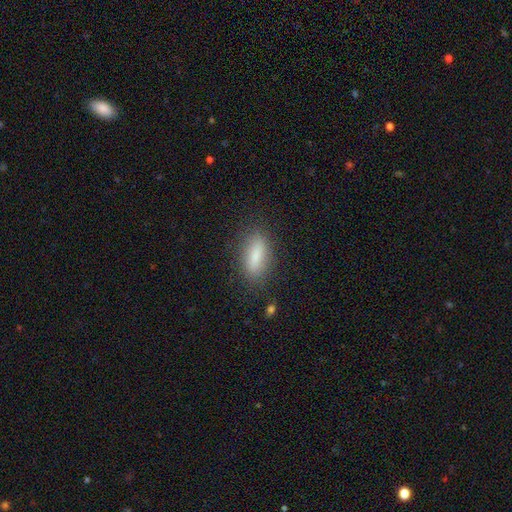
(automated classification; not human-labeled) smooth 81%, featured or disk 11%, star or artifact 8%. Down the decision tree: how rounded — in between (65%); merging — none (83%).